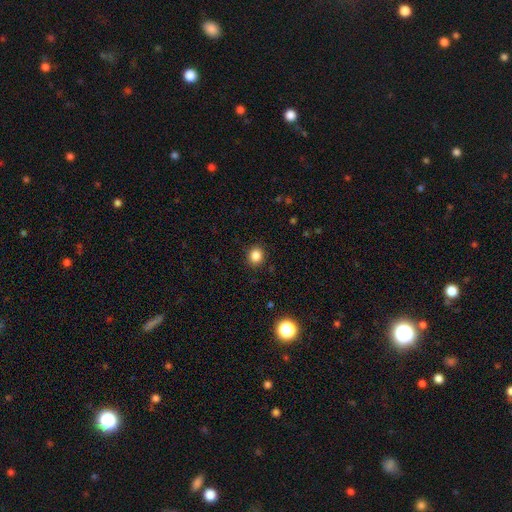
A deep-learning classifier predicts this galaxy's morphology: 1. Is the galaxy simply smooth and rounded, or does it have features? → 85% smooth, 11% star or artifact, 4% featured or disk.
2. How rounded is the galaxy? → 81% round, 18% in between, 1% cigar-shaped.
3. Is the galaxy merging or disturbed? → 90% none, 6% minor disturbance, 2% major disturbance, 1% merger.